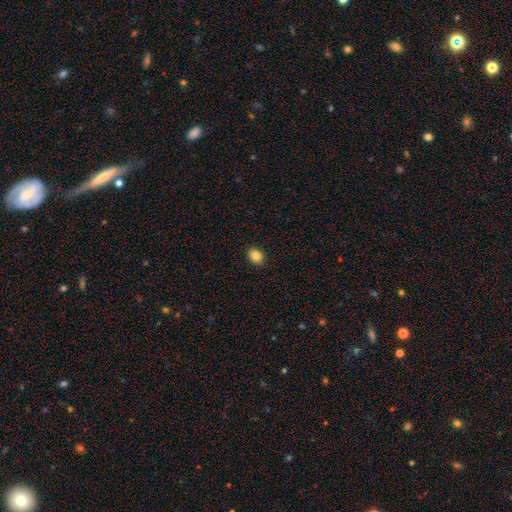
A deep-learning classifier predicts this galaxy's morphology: smooth-or-featured: smooth: 86% | star or artifact: 9% | featured or disk: 5%
  how-rounded: in between: 64% | round: 35% | cigar-shaped: 1%
  merging: none: 91% | minor disturbance: 6% | major disturbance: 2% | merger: 1%